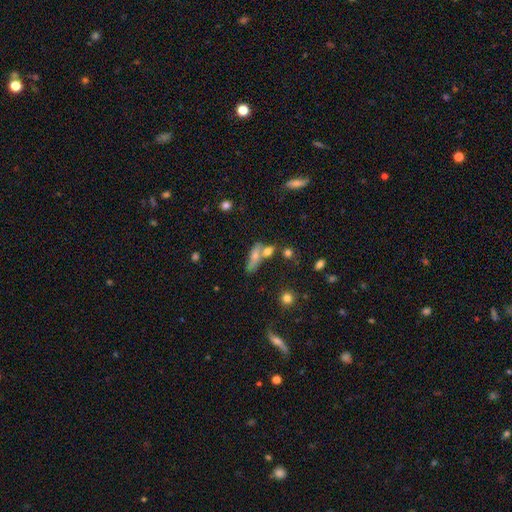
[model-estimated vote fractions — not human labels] smooth_or_featured: smooth (p=0.63) [alt: featured or disk p=0.27]
how_rounded: in between (p=0.51) [alt: cigar-shaped p=0.42]
merging: none (p=0.42) [alt: merger p=0.35]